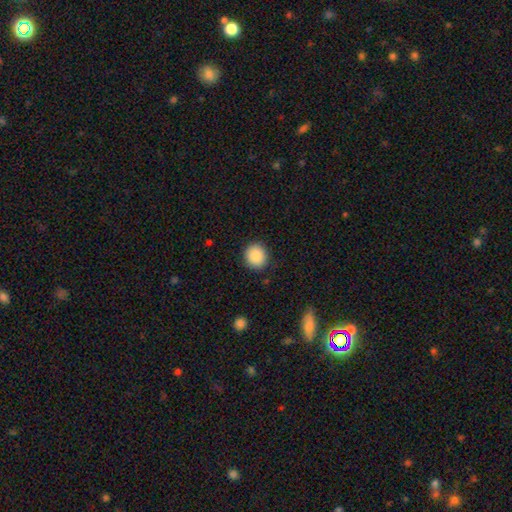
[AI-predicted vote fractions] Smooth or featured? smooth (88%)
How rounded? round (87%)
Merging? none (89%)